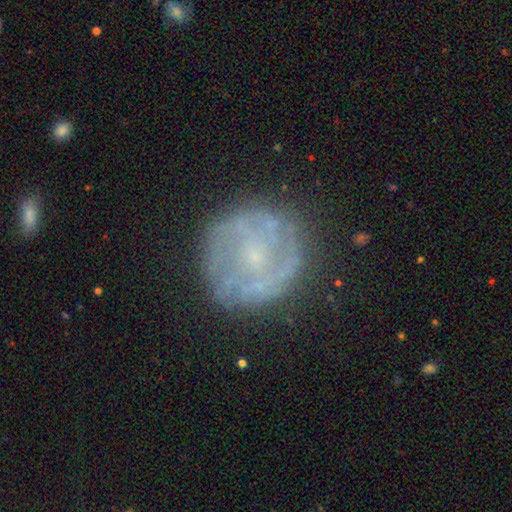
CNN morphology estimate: Smooth or featured: featured or disk — 69% (smooth — 22%)
Edge-on disk: no — 97% (yes — 3%)
Bar: no — 68% (weak — 26%)
Spiral arms: yes — 71% (no — 29%)
Bulge size: small — 72% (moderate — 14%)
Merging: none — 77% (minor disturbance — 14%)